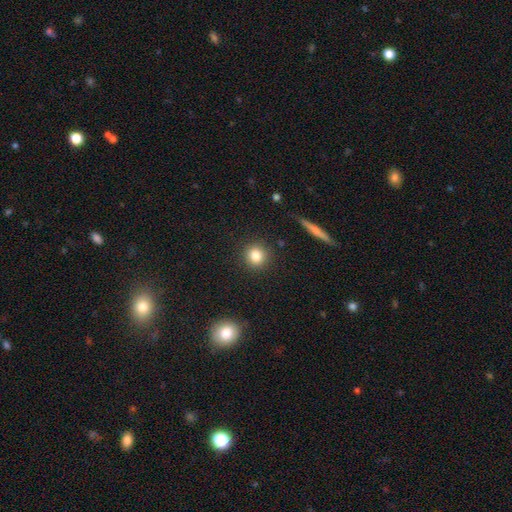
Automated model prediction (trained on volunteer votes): Smooth or featured?
  - smooth: 82% *
  - star or artifact: 11%
  - featured or disk: 7%
How rounded?
  - round: 91% *
  - in between: 8%
  - cigar-shaped: 1%
Merging?
  - none: 90% *
  - minor disturbance: 6%
  - major disturbance: 2%
  - merger: 2%